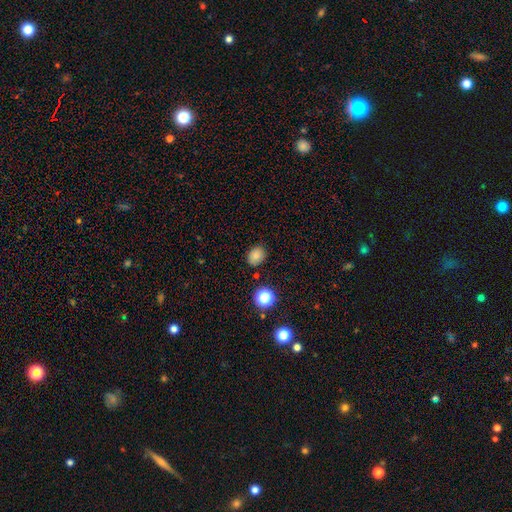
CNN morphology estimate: smooth_or_featured: smooth (p=0.80) [alt: star or artifact p=0.13]
how_rounded: in between (p=0.50) [alt: round p=0.49]
merging: none (p=0.83) [alt: minor disturbance p=0.12]